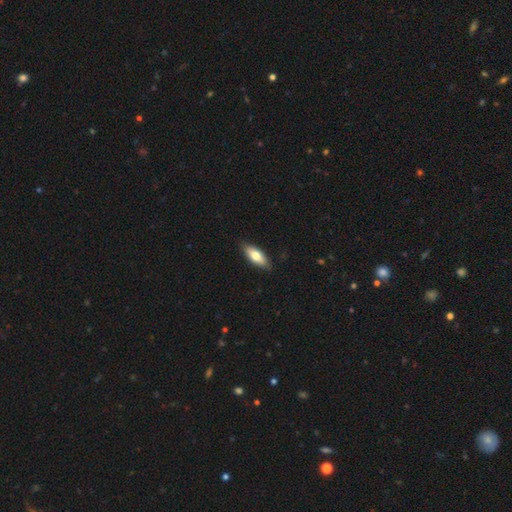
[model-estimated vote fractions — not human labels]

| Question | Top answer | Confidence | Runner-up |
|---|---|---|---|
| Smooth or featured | smooth | 72% | featured or disk (22%) |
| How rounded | in between | 75% | cigar-shaped (22%) |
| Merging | none | 86% | minor disturbance (11%) |